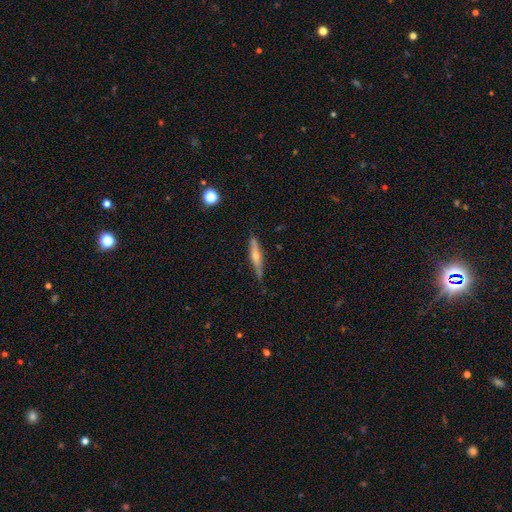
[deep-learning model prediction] smooth_or_featured: featured or disk (p=0.60) [alt: smooth p=0.33]
disk_edge_on: yes (p=0.94) [alt: no p=0.06]
edge_on_bulge: rounded (p=0.86) [alt: none p=0.10]
merging: none (p=0.82) [alt: minor disturbance p=0.14]